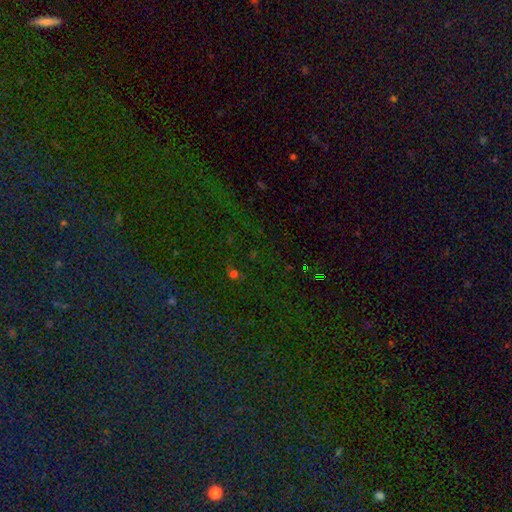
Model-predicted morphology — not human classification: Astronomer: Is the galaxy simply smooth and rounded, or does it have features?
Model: star or artifact — 80%.